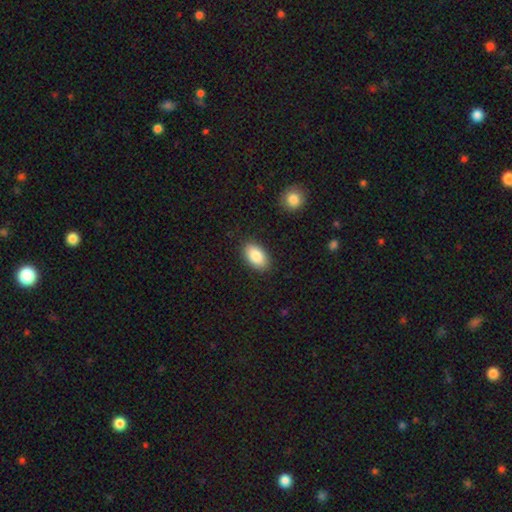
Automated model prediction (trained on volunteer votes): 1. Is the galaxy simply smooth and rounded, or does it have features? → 87% smooth, 6% featured or disk, 6% star or artifact.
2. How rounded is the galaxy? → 94% in between, 4% round, 2% cigar-shaped.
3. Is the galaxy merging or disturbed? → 87% none, 9% minor disturbance, 2% major disturbance, 1% merger.